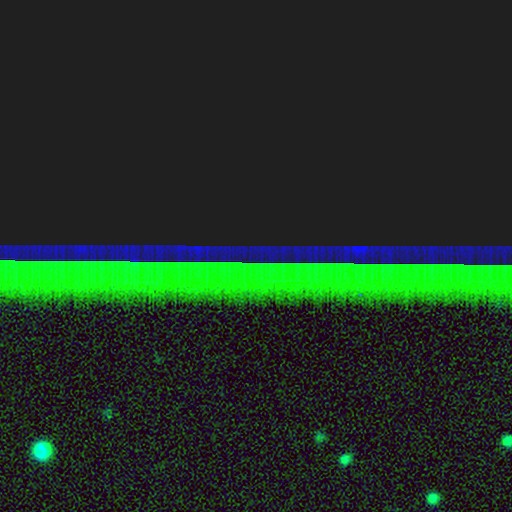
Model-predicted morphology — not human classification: star or artifact 86%, featured or disk 7%, smooth 6%.